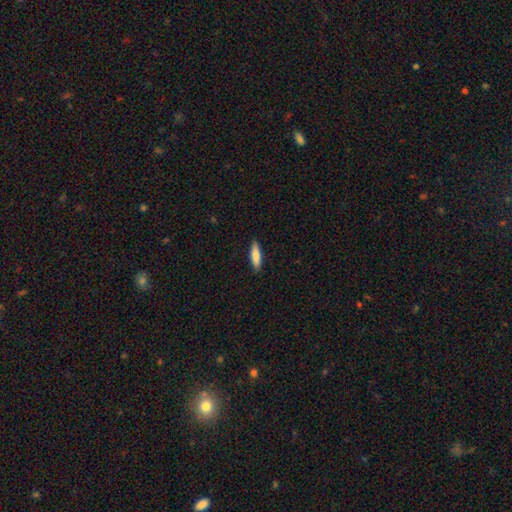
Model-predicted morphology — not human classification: Smooth or featured: smooth — 81% (featured or disk — 13%)
How rounded: cigar-shaped — 71% (in between — 28%)
Merging: none — 89% (minor disturbance — 8%)